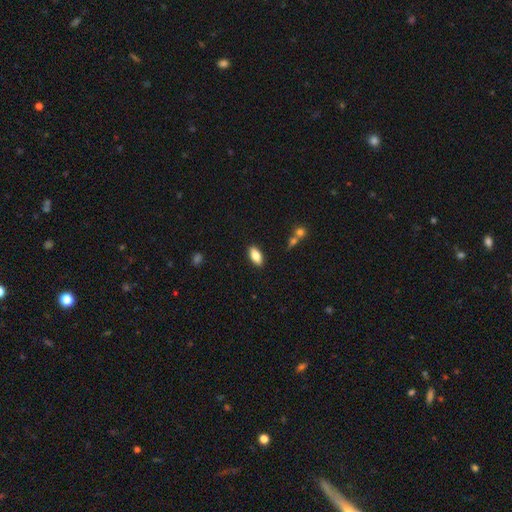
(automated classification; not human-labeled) Q: Smooth or featured?
A: smooth (80%); runner-up: featured or disk (13%)
Q: How rounded?
A: in between (87%); runner-up: cigar-shaped (10%)
Q: Merging?
A: none (87%); runner-up: minor disturbance (9%)